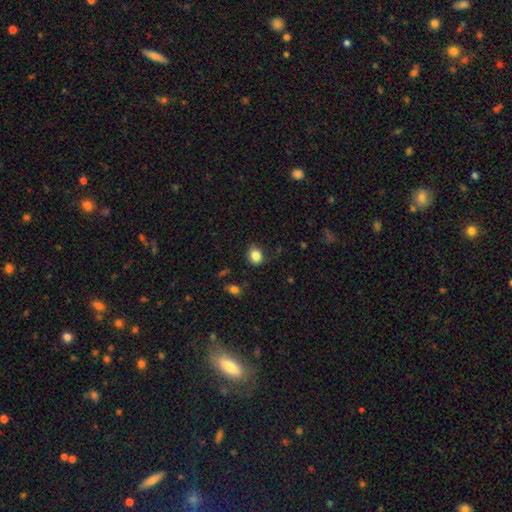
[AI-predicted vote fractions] smooth 85%, star or artifact 10%, featured or disk 5%. Down the decision tree: how rounded — round (59%); merging — none (74%).